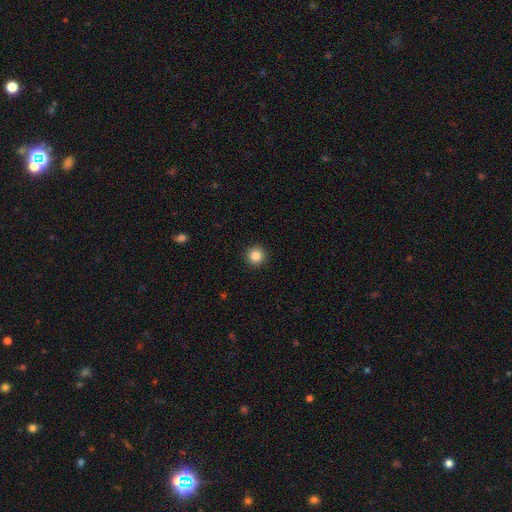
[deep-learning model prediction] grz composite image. It shows a smooth galaxy with no disk features (85%) that is round (96%). Merging: none (94%).